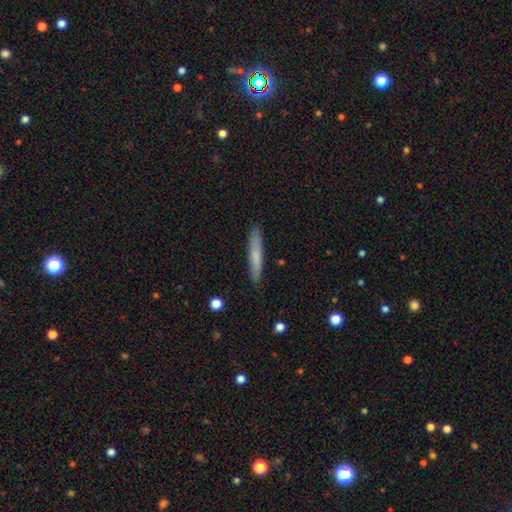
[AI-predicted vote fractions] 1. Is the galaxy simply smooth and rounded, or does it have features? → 72% smooth, 23% featured or disk, 6% star or artifact.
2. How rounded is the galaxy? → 93% cigar-shaped, 5% in between, 1% round.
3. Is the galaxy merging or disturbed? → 89% none, 8% minor disturbance, 2% major disturbance, 1% merger.